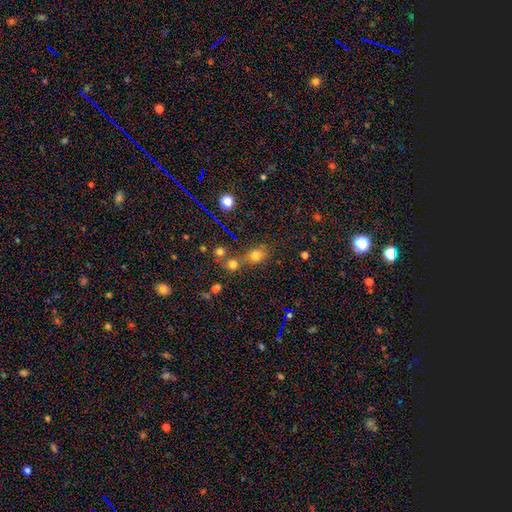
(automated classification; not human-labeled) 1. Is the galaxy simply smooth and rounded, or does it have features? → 72% smooth, 18% star or artifact, 10% featured or disk.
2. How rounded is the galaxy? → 62% round, 36% in between, 2% cigar-shaped.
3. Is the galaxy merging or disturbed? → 50% none, 33% merger, 11% minor disturbance, 6% major disturbance.